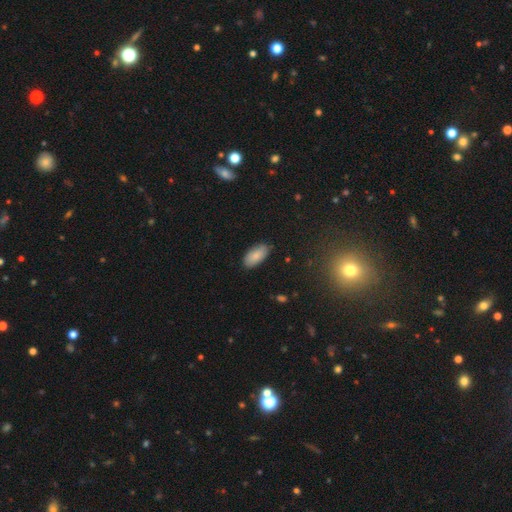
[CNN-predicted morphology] Smooth or featured? Predicted: smooth (p=0.82). How rounded? Predicted: in between (p=0.93). Merging? Predicted: none (p=0.81).